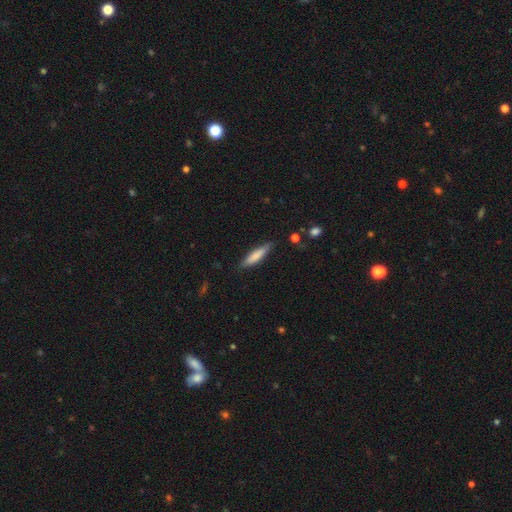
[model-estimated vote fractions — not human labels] smooth 75%, featured or disk 20%, star or artifact 6%. Down the decision tree: how rounded — cigar-shaped (81%); merging — none (81%).